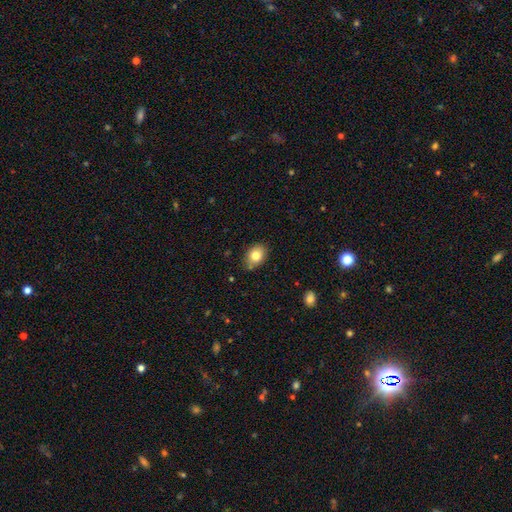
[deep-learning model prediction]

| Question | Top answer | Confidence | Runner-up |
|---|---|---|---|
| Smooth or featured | smooth | 80% | featured or disk (11%) |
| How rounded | in between | 66% | round (33%) |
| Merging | none | 80% | minor disturbance (15%) |